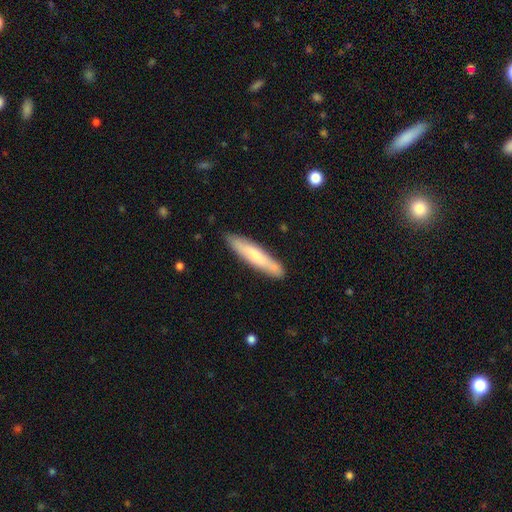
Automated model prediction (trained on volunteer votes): Overall: smooth (64%; featured or disk 31%). How rounded: cigar-shaped (87%). Merging: none (85%).